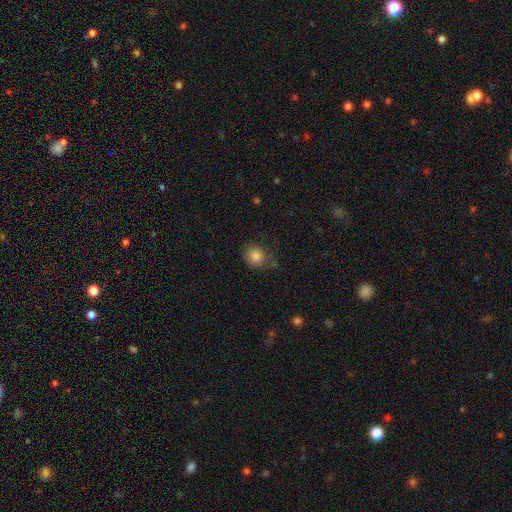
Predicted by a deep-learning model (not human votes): A smooth galaxy with no disk features (84%) that is round (75%).

Vote fractions:
- Smooth or featured? smooth: 84% / star or artifact: 10% / featured or disk: 6%
- How rounded? round: 75% / in between: 24% / cigar-shaped: 1%
- Merging? none: 67% / minor disturbance: 24% / major disturbance: 7% / merger: 2%